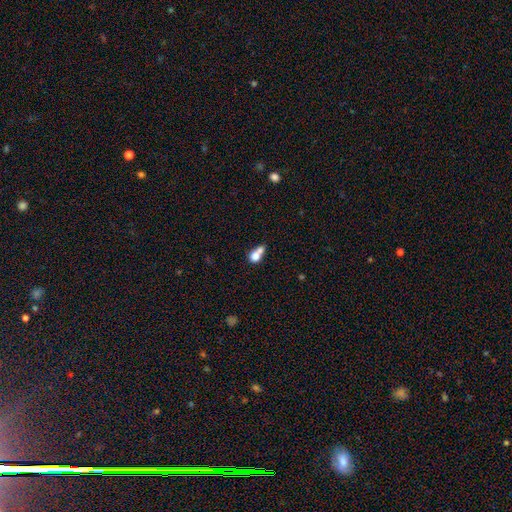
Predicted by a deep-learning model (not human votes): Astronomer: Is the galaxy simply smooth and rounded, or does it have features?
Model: smooth — 72%.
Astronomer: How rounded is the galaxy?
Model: round — 52% (runner-up: in between, 45%).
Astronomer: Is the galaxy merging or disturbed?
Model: merger — 62%.